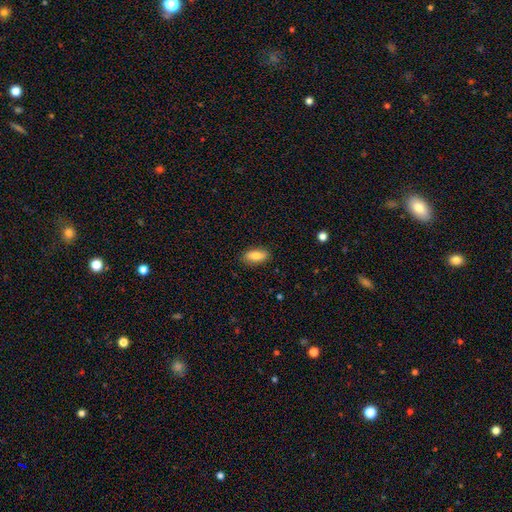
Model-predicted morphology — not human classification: smooth 79%, featured or disk 15%, star or artifact 7%. Down the decision tree: how rounded — in between (88%); merging — none (87%).